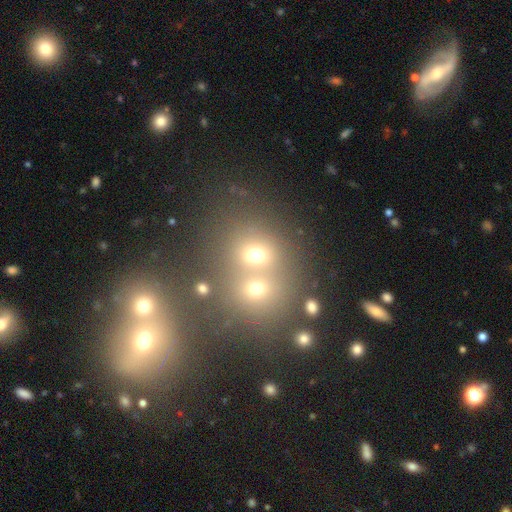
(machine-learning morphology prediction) This is likely a smooth galaxy (63%). How rounded: likely round (74%). Merging: possibly merger (51%).